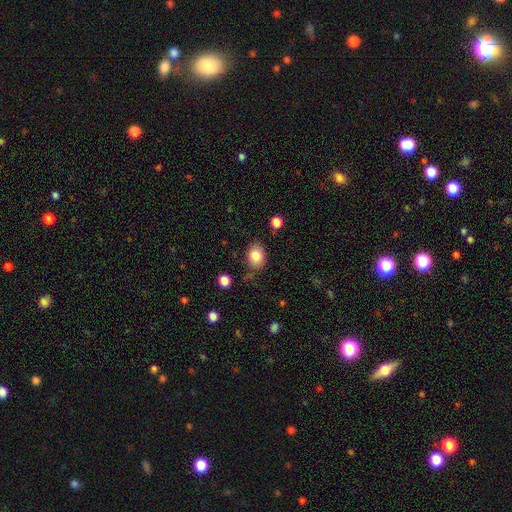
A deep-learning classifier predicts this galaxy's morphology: Overall: smooth (83%). How rounded: in between (56%; round 43%). Merging: none (74%).